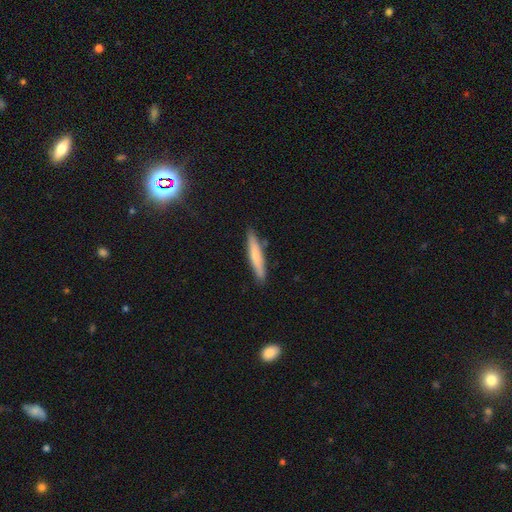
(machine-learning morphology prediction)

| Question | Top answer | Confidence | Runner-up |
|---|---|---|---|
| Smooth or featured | smooth | 68% | featured or disk (26%) |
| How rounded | cigar-shaped | 92% | in between (7%) |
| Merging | none | 86% | minor disturbance (10%) |